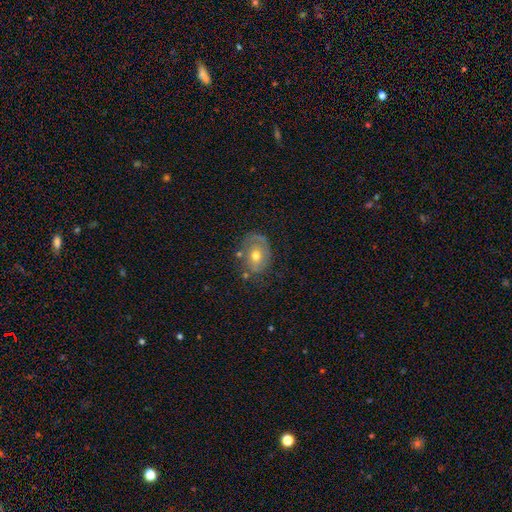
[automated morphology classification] featured or disk 46%, smooth 45%, star or artifact 9%. Down the decision tree: merging — none (56%).